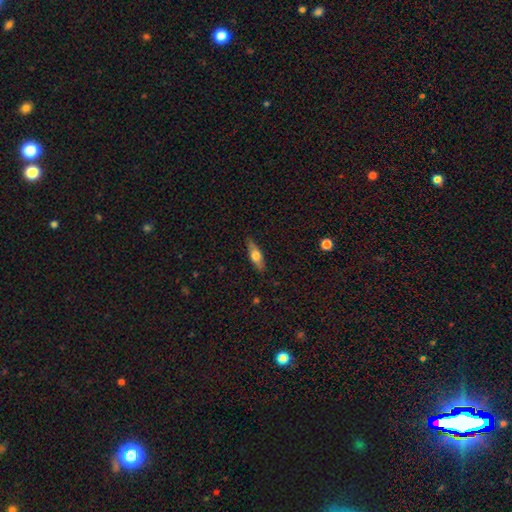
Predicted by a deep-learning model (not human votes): smooth 49%, featured or disk 44%, star or artifact 7%. Down the decision tree: merging — none (86%).